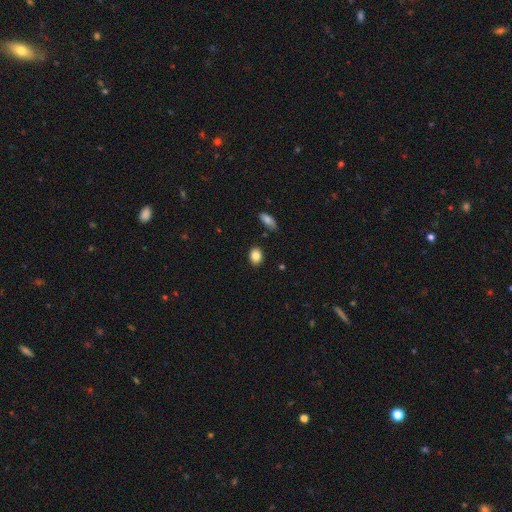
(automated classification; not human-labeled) Smooth or featured? smooth (84%)
How rounded? in between (65%)
Merging? none (86%)